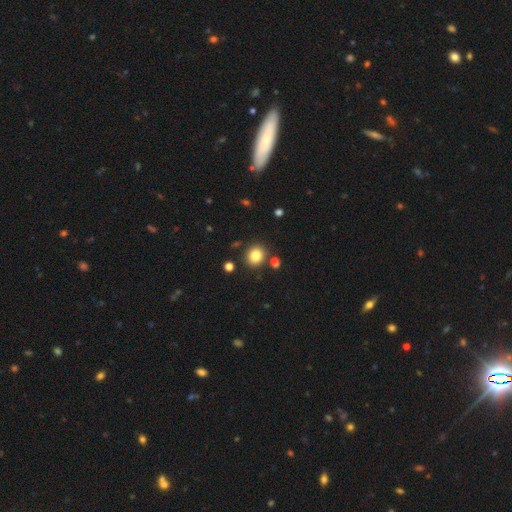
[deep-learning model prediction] smooth 83%, star or artifact 11%, featured or disk 6%. Down the decision tree: how rounded — round (72%); merging — none (82%).